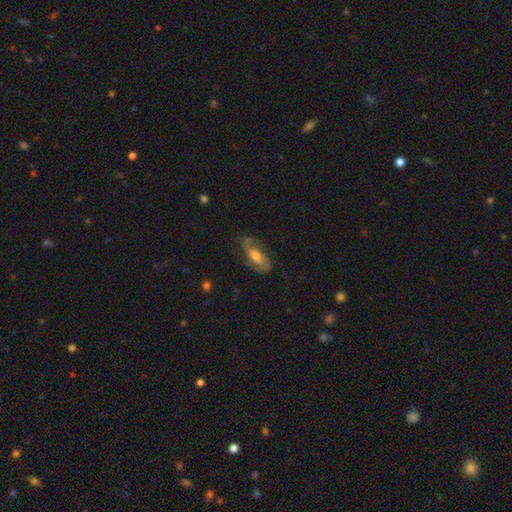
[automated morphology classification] type=featured or disk (71%); edge-on=no (90%); bar=no (49%); spiral arms=yes (90%); winding=medium (46%); arm count=2 (81%); bulge=moderate (57%); merging=none (70%).